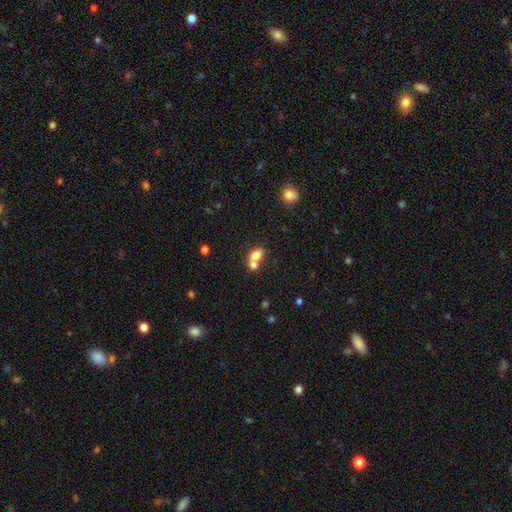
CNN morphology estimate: Smooth or featured? smooth (74%)
How rounded? in between (66%)
Merging? merger (67%)